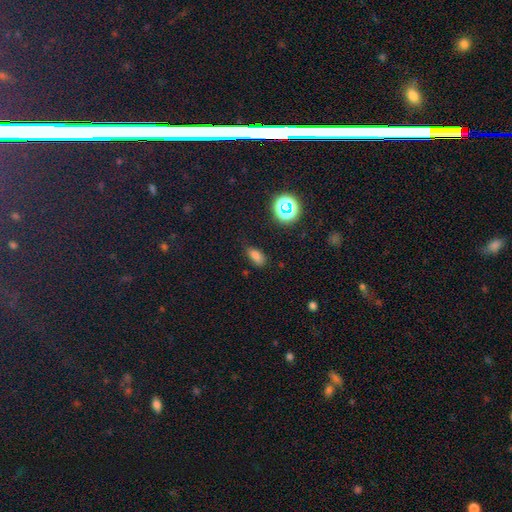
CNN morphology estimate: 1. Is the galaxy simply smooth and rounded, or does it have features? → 75% smooth, 18% star or artifact, 6% featured or disk.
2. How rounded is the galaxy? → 86% in between, 7% cigar-shaped, 7% round.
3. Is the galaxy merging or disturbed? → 71% none, 21% minor disturbance, 5% major disturbance, 2% merger.